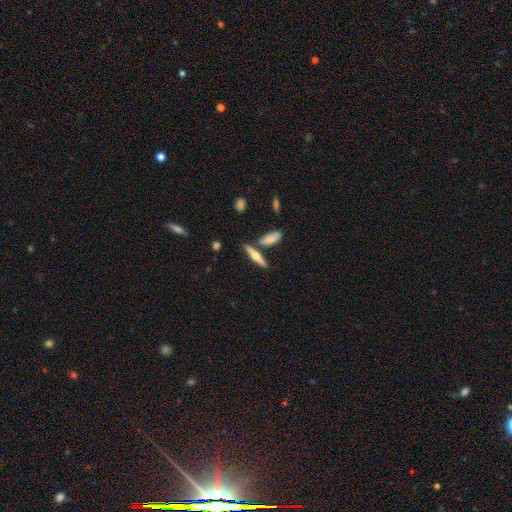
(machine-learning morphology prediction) A smooth galaxy with no disk features (50%).

Vote fractions:
- Smooth or featured? smooth: 50% / featured or disk: 44% / star or artifact: 7%
- Merging? none: 73% / merger: 14% / minor disturbance: 11% / major disturbance: 3%